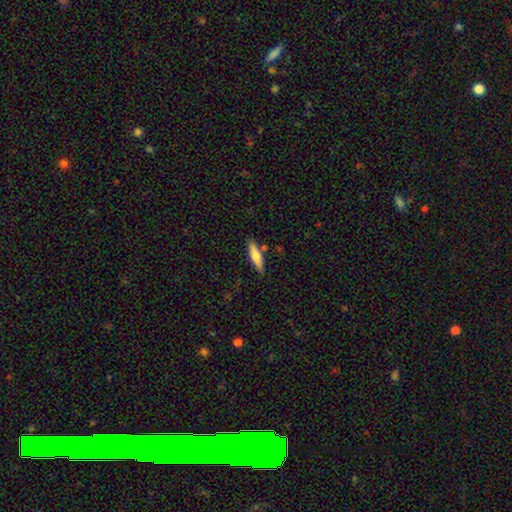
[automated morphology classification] Smooth or featured?
  - smooth: 66% *
  - featured or disk: 28%
  - star or artifact: 6%
How rounded?
  - cigar-shaped: 72% *
  - in between: 26%
  - round: 2%
Merging?
  - none: 82% *
  - minor disturbance: 11%
  - merger: 5%
  - major disturbance: 2%